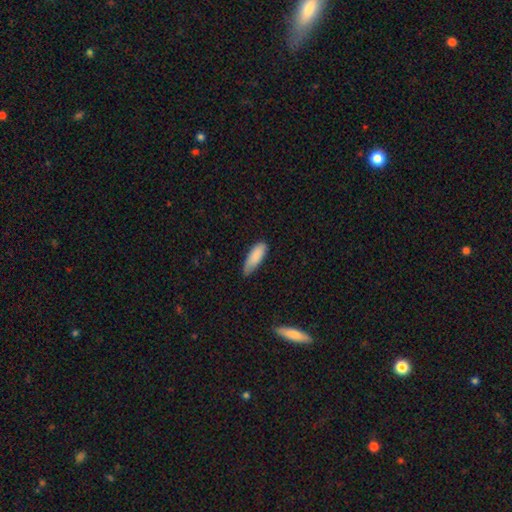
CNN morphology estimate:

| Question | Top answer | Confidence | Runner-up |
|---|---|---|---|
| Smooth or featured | smooth | 87% | featured or disk (7%) |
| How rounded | in between | 68% | cigar-shaped (31%) |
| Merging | none | 51% | minor disturbance (41%) |